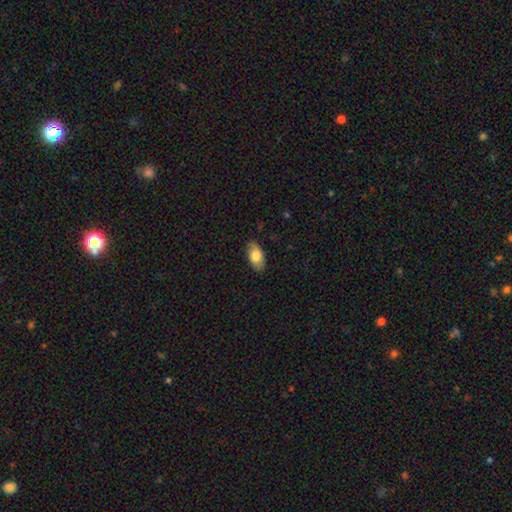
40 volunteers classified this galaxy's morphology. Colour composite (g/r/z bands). It shows a smooth galaxy with no disk features (92%) that is in between round and cigar-shaped (92%). Merging: none (84%).